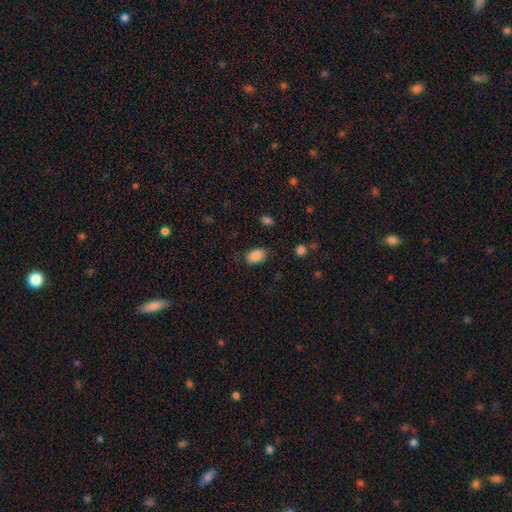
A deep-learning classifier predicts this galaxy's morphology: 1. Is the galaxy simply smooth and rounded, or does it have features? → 87% smooth, 9% star or artifact, 4% featured or disk.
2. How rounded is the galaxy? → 84% in between, 15% round, 1% cigar-shaped.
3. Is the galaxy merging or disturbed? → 80% none, 14% minor disturbance, 4% major disturbance, 1% merger.